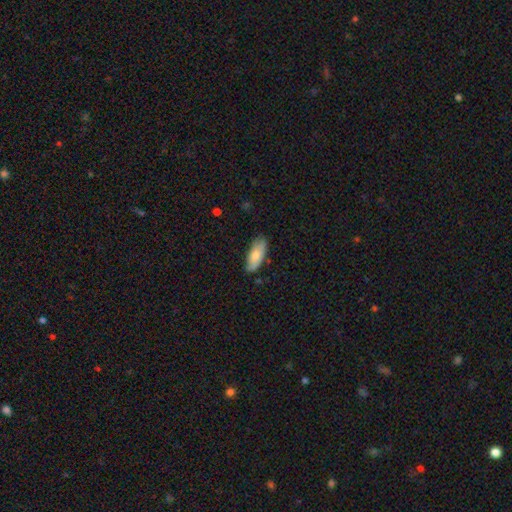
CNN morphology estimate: Smooth or featured? Predicted: smooth (p=0.74). How rounded? Predicted: in between (p=0.83). Merging? Predicted: none (p=0.75).